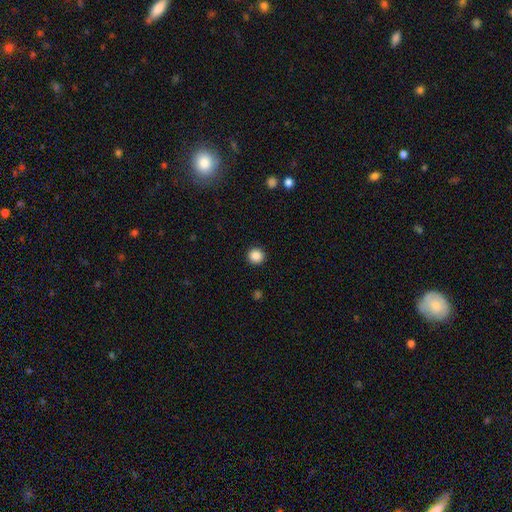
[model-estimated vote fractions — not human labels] Smooth or featured? smooth (88%)
How rounded? round (94%)
Merging? none (93%)